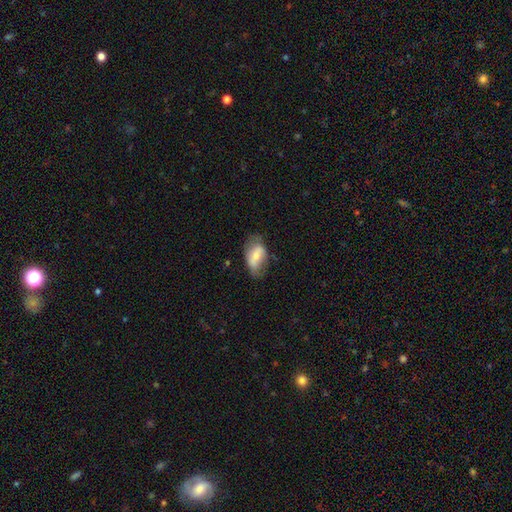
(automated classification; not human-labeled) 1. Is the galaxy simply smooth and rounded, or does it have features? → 56% smooth, 37% featured or disk, 7% star or artifact.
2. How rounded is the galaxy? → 91% in between, 6% round, 3% cigar-shaped.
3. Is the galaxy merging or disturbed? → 56% none, 30% minor disturbance, 12% major disturbance, 2% merger.